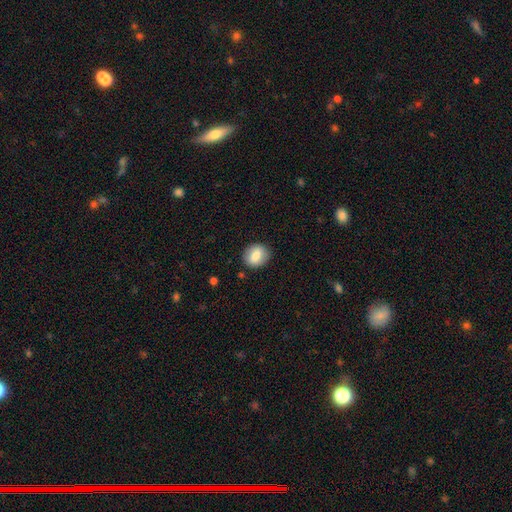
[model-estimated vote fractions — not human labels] Smooth or featured: smooth — 77% (featured or disk — 16%)
How rounded: round — 60% (in between — 39%)
Merging: none — 86% (minor disturbance — 10%)